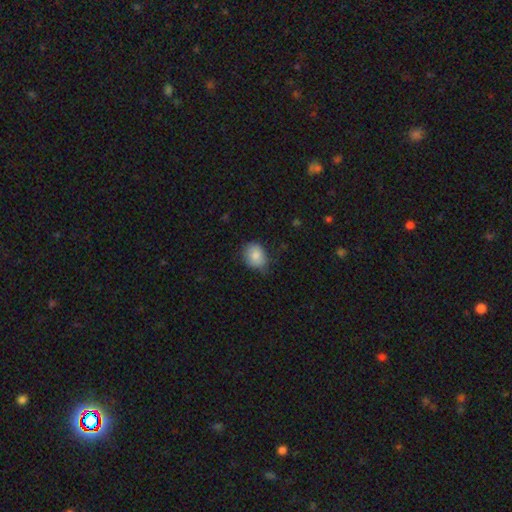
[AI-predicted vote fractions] smooth-or-featured: smooth: 84% | featured or disk: 8% | star or artifact: 8%
  how-rounded: round: 51% | in between: 48% | cigar-shaped: 1%
  merging: none: 63% | minor disturbance: 29% | major disturbance: 6% | merger: 1%